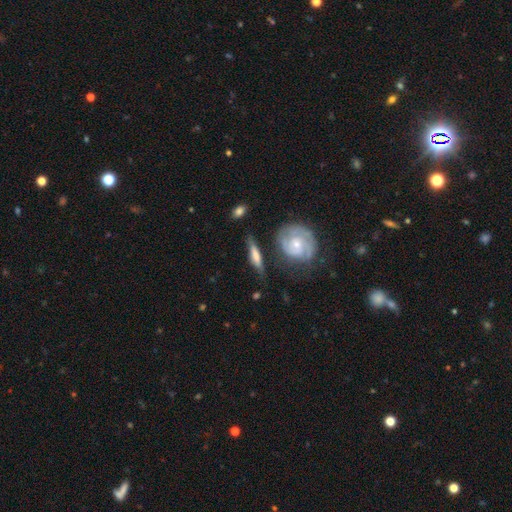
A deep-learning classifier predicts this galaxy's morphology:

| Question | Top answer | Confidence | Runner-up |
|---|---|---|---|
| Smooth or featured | featured or disk | 54% | smooth (40%) |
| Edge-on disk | yes | 53% | no (47%) |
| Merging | none | 65% | minor disturbance (21%) |